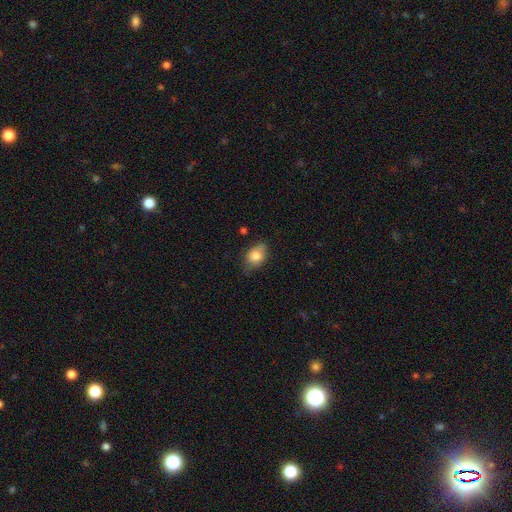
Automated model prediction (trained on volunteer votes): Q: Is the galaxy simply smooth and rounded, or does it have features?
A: smooth — 79%.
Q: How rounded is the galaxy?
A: in between — 76%.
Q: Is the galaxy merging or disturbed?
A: none — 65%.